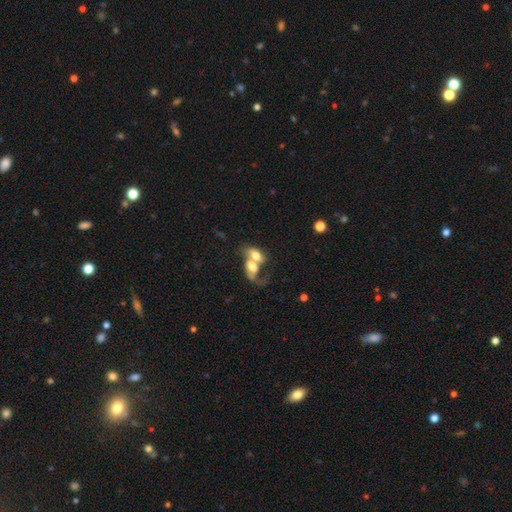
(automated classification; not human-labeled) Smooth or featured: smooth — 56% (featured or disk — 35%)
How rounded: in between — 84% (round — 12%)
Merging: merger — 80% (none — 8%)